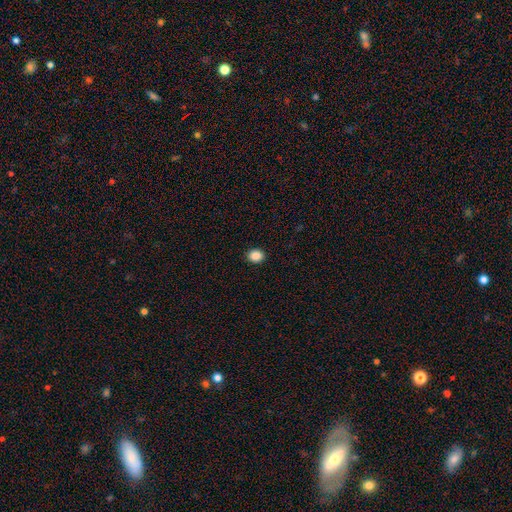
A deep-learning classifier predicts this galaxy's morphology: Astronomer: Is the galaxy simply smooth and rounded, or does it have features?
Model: smooth — 88%.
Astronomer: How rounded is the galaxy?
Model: round — 69%.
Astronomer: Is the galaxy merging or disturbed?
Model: none — 92%.